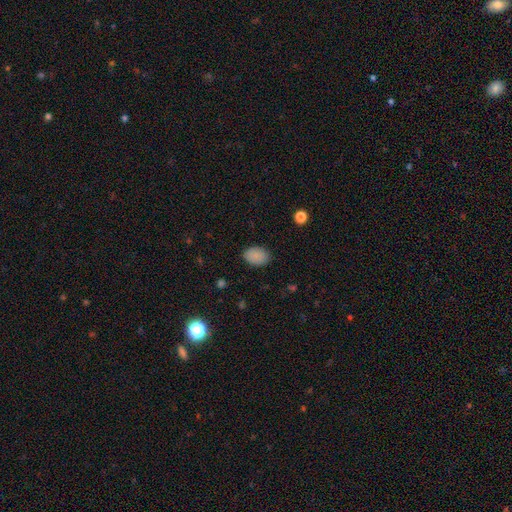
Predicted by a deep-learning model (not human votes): smooth_or_featured: smooth (p=0.88) [alt: star or artifact p=0.08]
how_rounded: in between (p=0.85) [alt: round p=0.14]
merging: none (p=0.87) [alt: minor disturbance p=0.10]